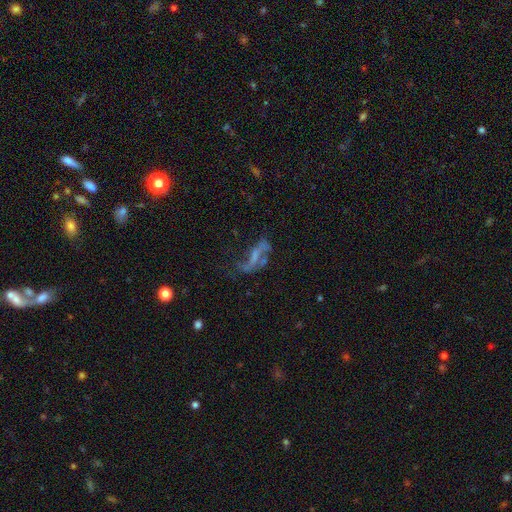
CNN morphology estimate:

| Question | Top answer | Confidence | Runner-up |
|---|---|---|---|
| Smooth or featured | featured or disk | 60% | smooth (24%) |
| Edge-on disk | no | 89% | yes (11%) |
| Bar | no | 53% | weak (28%) |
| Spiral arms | yes | 52% | no (48%) |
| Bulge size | none | 59% | small (25%) |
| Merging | major disturbance | 37% | none (31%) |